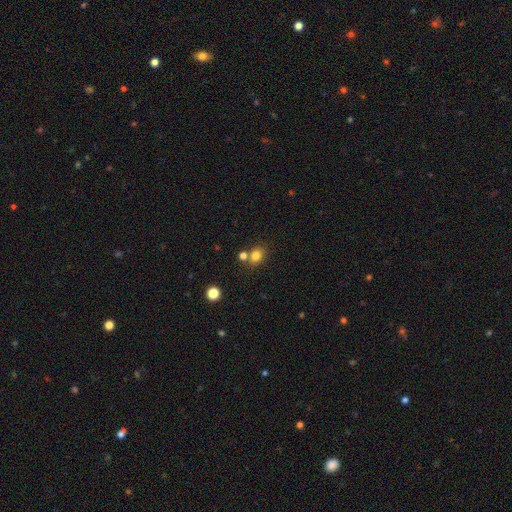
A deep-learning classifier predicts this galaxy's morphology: Q: Smooth or featured?
A: smooth (80%); runner-up: star or artifact (13%)
Q: How rounded?
A: round (63%); runner-up: in between (36%)
Q: Merging?
A: none (67%); runner-up: merger (19%)